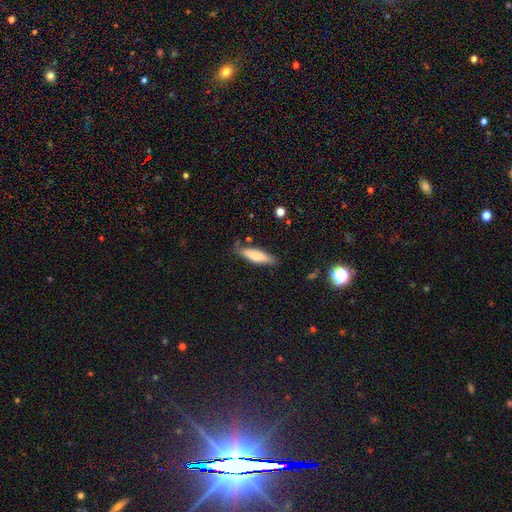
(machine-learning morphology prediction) A smooth galaxy with no disk features (76%) that is cigar-shaped (62%).

Vote fractions:
- Smooth or featured? smooth: 76% / featured or disk: 18% / star or artifact: 6%
- How rounded? cigar-shaped: 62% / in between: 37% / round: 1%
- Merging? none: 77% / minor disturbance: 16% / major disturbance: 3% / merger: 3%